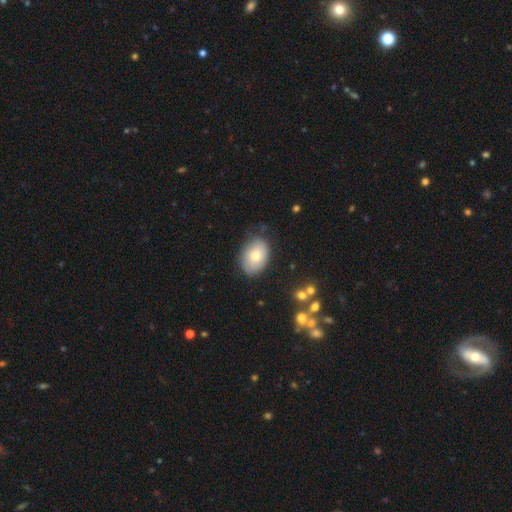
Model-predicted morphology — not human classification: smooth 73%, featured or disk 20%, star or artifact 7%. Down the decision tree: how rounded — in between (75%); merging — none (76%).